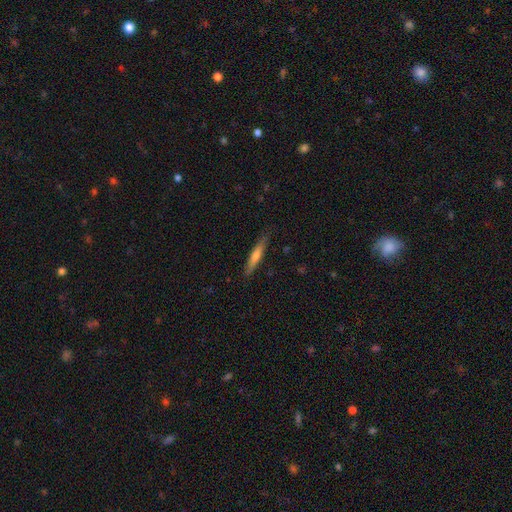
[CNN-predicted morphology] This is possibly a smooth galaxy (60%). How rounded: clearly cigar-shaped (92%). Merging: clearly none (84%).